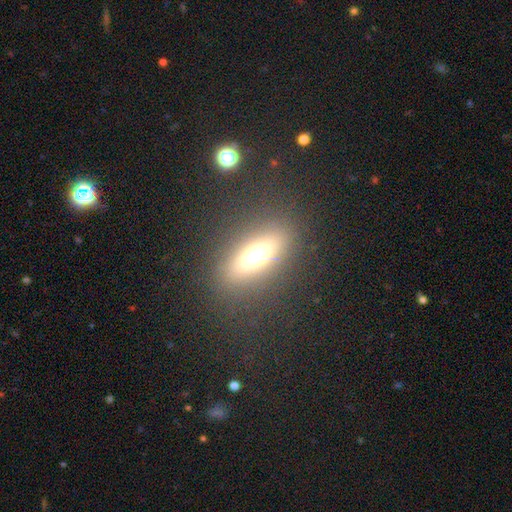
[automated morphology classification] Q: Smooth or featured?
A: smooth (53%); runner-up: featured or disk (29%)
Q: How rounded?
A: in between (68%); runner-up: cigar-shaped (17%)
Q: Merging?
A: none (84%); runner-up: minor disturbance (9%)